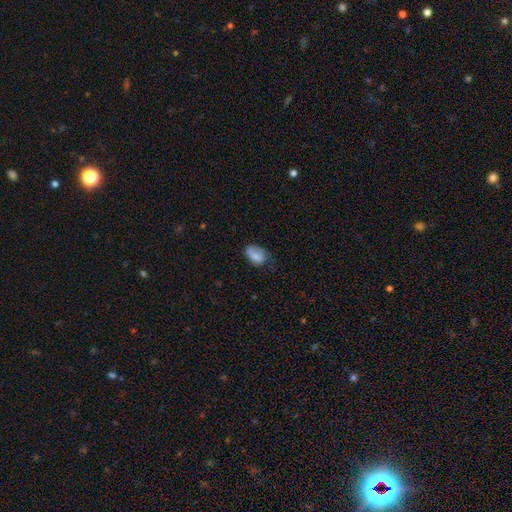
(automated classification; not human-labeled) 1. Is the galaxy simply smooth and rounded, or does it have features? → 74% smooth, 18% featured or disk, 8% star or artifact.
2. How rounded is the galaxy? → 86% in between, 13% round, 1% cigar-shaped.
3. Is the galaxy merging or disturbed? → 46% none, 35% minor disturbance, 16% major disturbance, 2% merger.